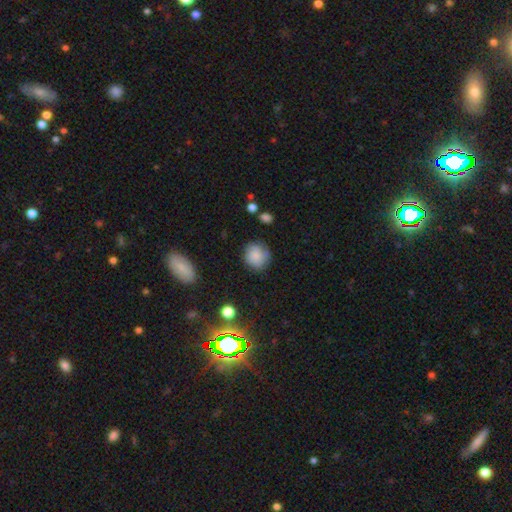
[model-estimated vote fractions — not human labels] Morphology: type=smooth (79%); roundness=round (85%); merging=none (74%).